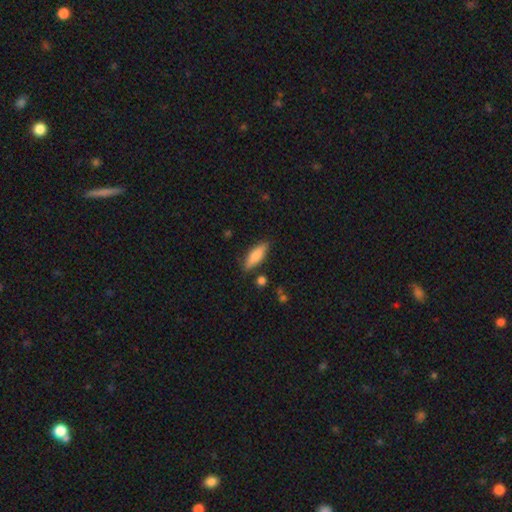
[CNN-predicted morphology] A smooth galaxy with no disk features (77%) that is in between round and cigar-shaped (51%).

Vote fractions:
- Smooth or featured? smooth: 77% / featured or disk: 17% / star or artifact: 6%
- How rounded? in between: 51% / cigar-shaped: 46% / round: 2%
- Merging? none: 83% / minor disturbance: 12% / merger: 3% / major disturbance: 3%